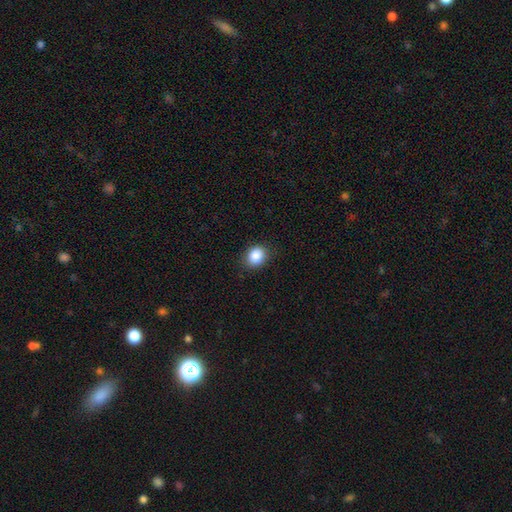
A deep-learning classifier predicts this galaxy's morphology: Q: Smooth or featured?
A: smooth (87%); runner-up: star or artifact (9%)
Q: How rounded?
A: round (58%); runner-up: in between (41%)
Q: Merging?
A: none (86%); runner-up: minor disturbance (10%)